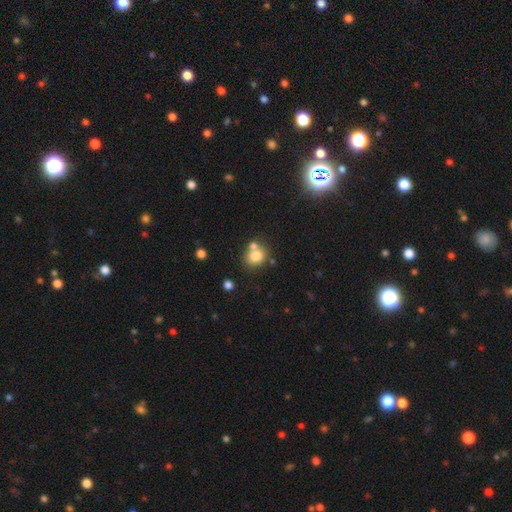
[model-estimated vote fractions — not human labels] Smooth or featured? Predicted: smooth (p=0.78). How rounded? Predicted: round (p=0.74). Merging? Predicted: none (p=0.59).